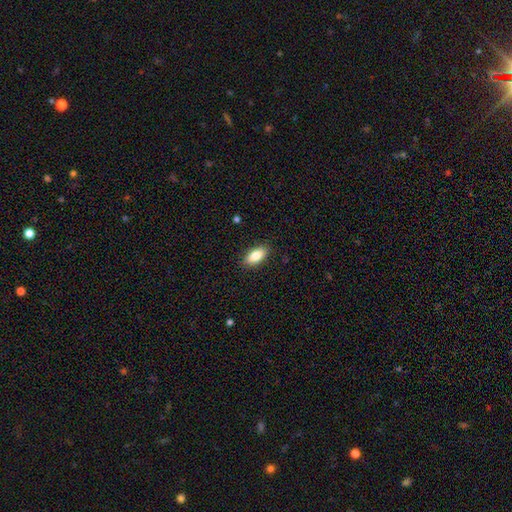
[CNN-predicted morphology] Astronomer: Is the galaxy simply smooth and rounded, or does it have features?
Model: smooth — 83%.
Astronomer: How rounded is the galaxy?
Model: in between — 87%.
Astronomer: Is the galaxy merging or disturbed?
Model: none — 88%.